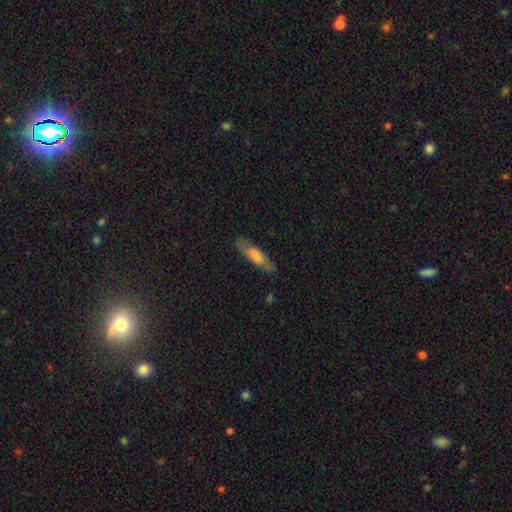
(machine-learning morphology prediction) The model was most divided on "how rounded": cigar-shaped: 56%, in between: 43%, round: 2%. More confident: merging — none (74%); smooth or featured — smooth (65%).